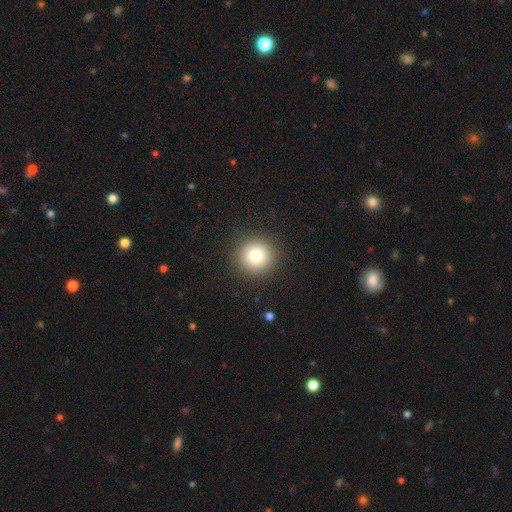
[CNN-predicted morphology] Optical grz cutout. It shows a smooth galaxy with no disk features (76%) that is round (95%). Merging: none (91%).